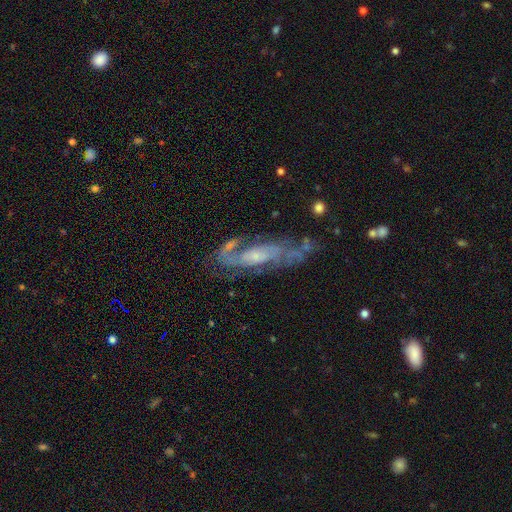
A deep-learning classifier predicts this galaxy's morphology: Q: Smooth or featured?
A: featured or disk (80%); runner-up: smooth (11%)
Q: Edge-on disk?
A: no (82%); runner-up: yes (18%)
Q: Bar?
A: no (53%); runner-up: weak (36%)
Q: Spiral arms?
A: yes (91%); runner-up: no (9%)
Q: Spiral winding?
A: medium (44%); runner-up: tight (41%)
Q: Spiral arm count?
A: 2 (57%); runner-up: can't tell (25%)
Q: Bulge size?
A: small (52%); runner-up: moderate (34%)
Q: Merging?
A: none (62%); runner-up: minor disturbance (21%)